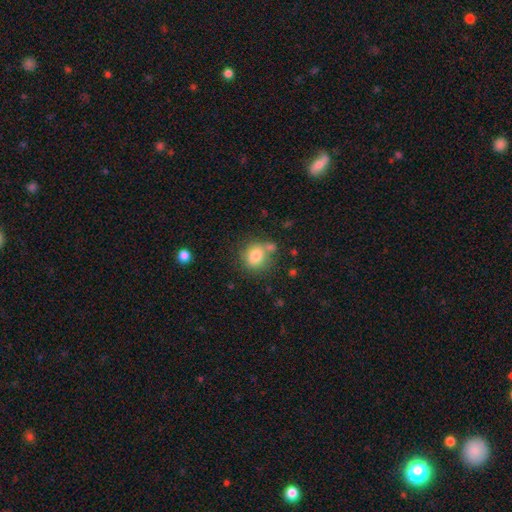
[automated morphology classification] This is likely a smooth galaxy (80%). How rounded: likely round (72%). Merging: likely none (61%).